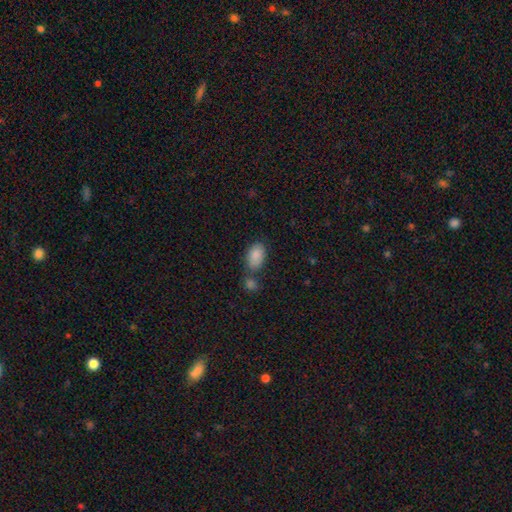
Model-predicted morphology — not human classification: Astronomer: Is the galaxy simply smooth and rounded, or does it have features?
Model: smooth — 87%.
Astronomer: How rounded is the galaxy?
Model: in between — 91%.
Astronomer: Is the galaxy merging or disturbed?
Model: none — 56%.